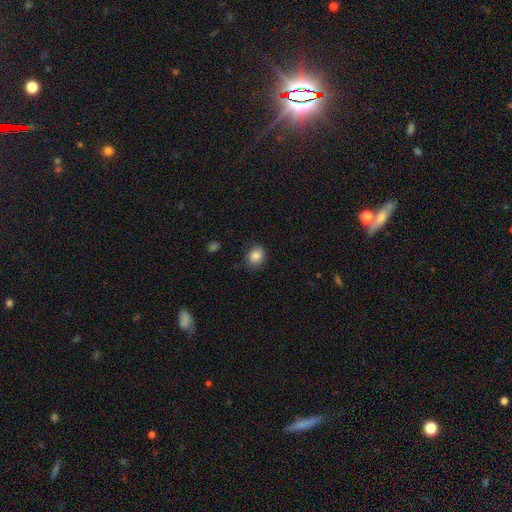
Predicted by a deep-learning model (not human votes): Smooth or featured? Predicted: smooth (p=0.85). How rounded? Predicted: round (p=0.59). Merging? Predicted: none (p=0.78).